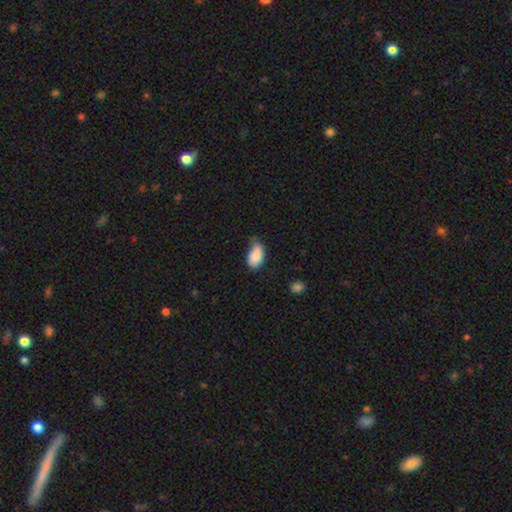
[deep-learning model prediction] A smooth galaxy with no disk features (88%) that is in between round and cigar-shaped (93%). Merging: none (46%).